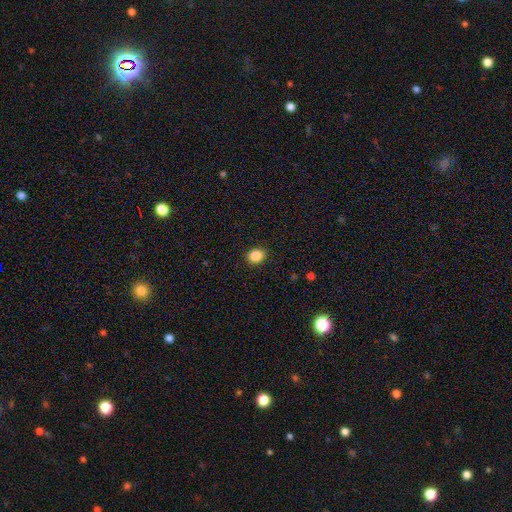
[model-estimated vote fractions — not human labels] This appears to be a smooth galaxy with no disk features (88%) that is round (52%). Merging: none (90%).